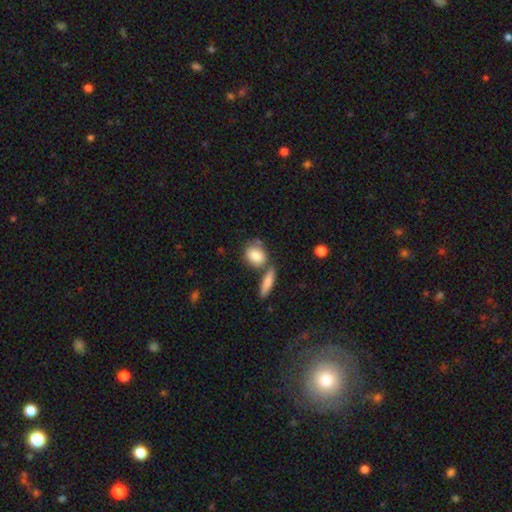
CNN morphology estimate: smooth_or_featured: smooth (p=0.83) [alt: featured or disk p=0.11]
how_rounded: in between (p=0.59) [alt: round p=0.36]
merging: none (p=0.51) [alt: merger p=0.29]